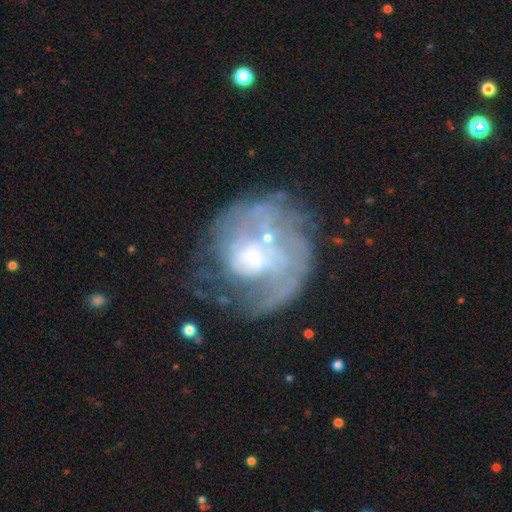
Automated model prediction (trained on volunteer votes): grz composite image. It shows a featured or disk galaxy (73%) with no bar (70%), 1 (33%, tied with can't tell) tight (39%) spiral arms (73%) and a small central bulge (36%). Merging: none (43%).